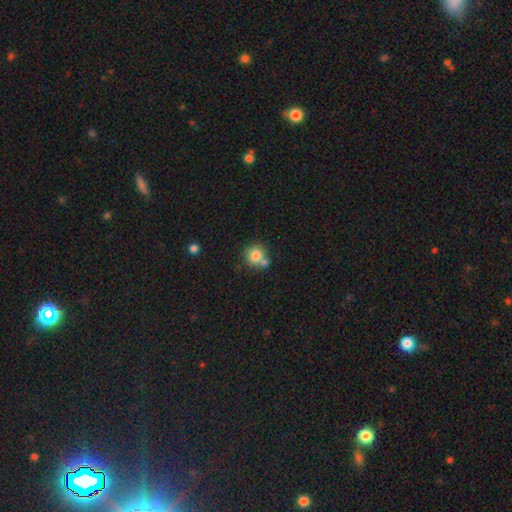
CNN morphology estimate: Smooth or featured?
  - smooth: 80% *
  - star or artifact: 10%
  - featured or disk: 10%
How rounded?
  - round: 90% *
  - in between: 9%
  - cigar-shaped: 1%
Merging?
  - none: 57% *
  - merger: 30%
  - minor disturbance: 10%
  - major disturbance: 3%